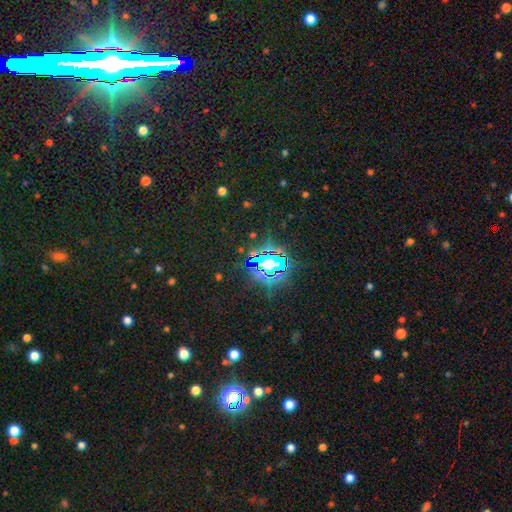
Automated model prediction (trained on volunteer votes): smooth-or-featured: star or artifact: 78% | smooth: 13% | featured or disk: 9%